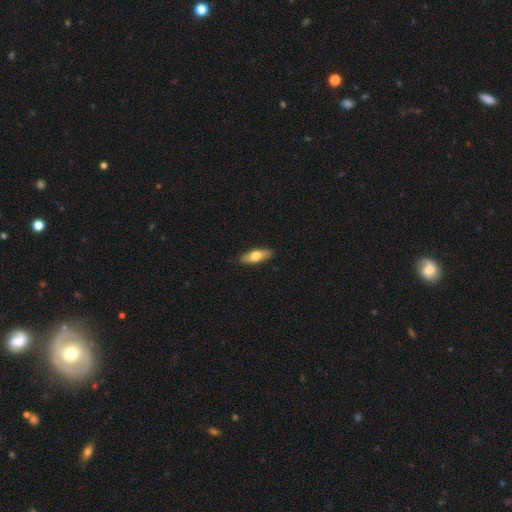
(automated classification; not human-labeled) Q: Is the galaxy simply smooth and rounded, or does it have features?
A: smooth — 67%.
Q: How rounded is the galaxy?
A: in between — 64%.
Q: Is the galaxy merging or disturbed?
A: none — 88%.